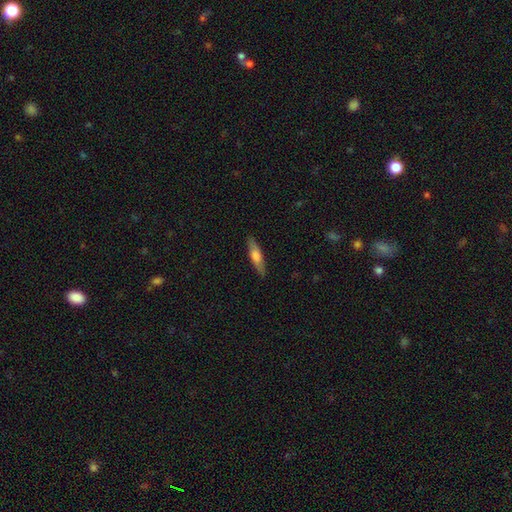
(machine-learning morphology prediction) A smooth galaxy with no disk features (55%) that is cigar-shaped (72%).

Vote fractions:
- Smooth or featured? smooth: 55% / featured or disk: 39% / star or artifact: 6%
- How rounded? cigar-shaped: 72% / in between: 26% / round: 2%
- Merging? none: 87% / minor disturbance: 10% / major disturbance: 2% / merger: 1%